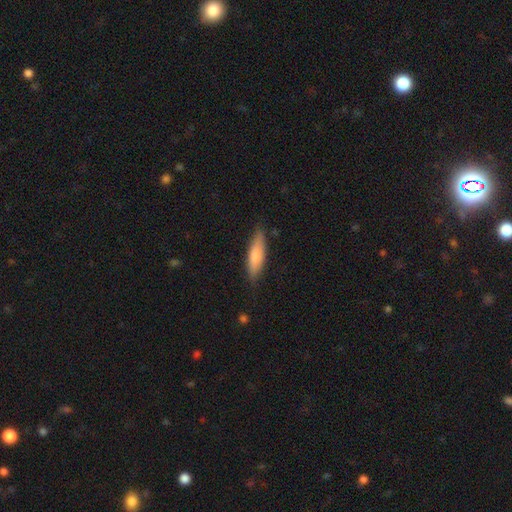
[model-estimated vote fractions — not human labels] A smooth galaxy with no disk features (77%) that is cigar-shaped (61%).

Vote fractions:
- Smooth or featured? smooth: 77% / featured or disk: 17% / star or artifact: 5%
- How rounded? cigar-shaped: 61% / in between: 37% / round: 2%
- Merging? none: 81% / minor disturbance: 15% / major disturbance: 3% / merger: 1%